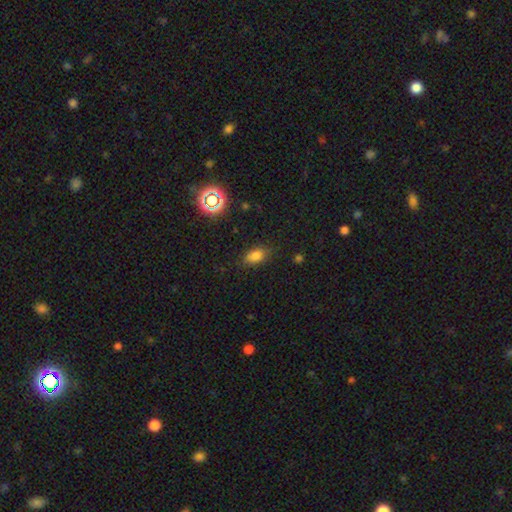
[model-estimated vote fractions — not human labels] A smooth galaxy with no disk features (76%) that is in between round and cigar-shaped (82%). Merging: none (77%).